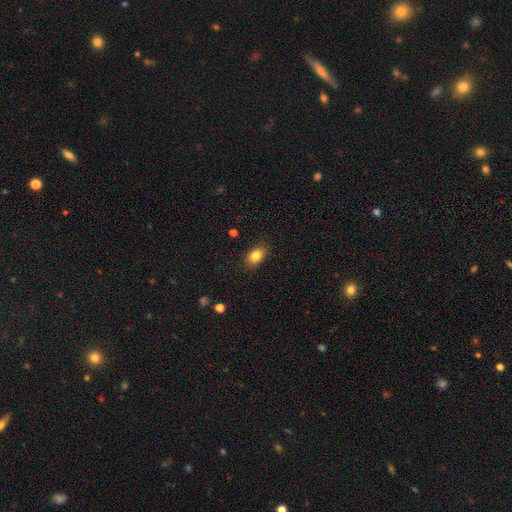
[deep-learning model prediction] Smooth or featured? Predicted: smooth (p=0.84). How rounded? Predicted: in between (p=0.82). Merging? Predicted: none (p=0.86).